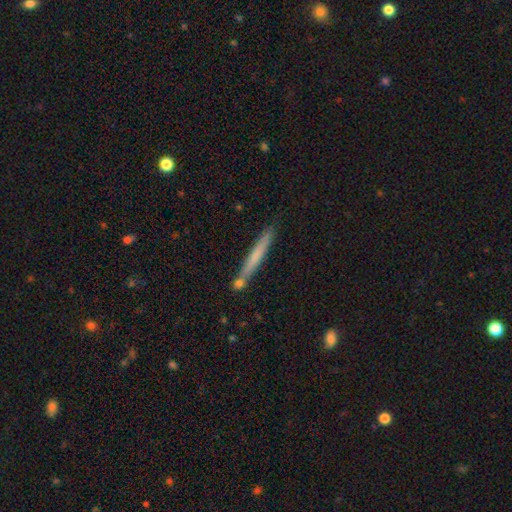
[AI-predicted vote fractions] This appears to be a smooth galaxy with no disk features (60%) that is cigar-shaped (96%). Merging: none (79%).